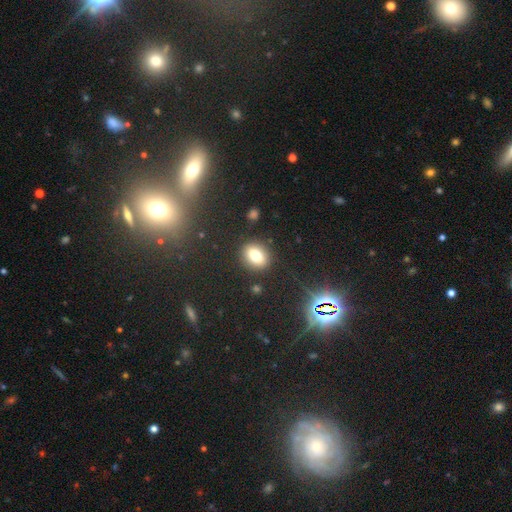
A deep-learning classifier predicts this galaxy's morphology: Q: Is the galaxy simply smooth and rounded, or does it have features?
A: smooth — 75%.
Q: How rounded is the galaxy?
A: in between — 55%.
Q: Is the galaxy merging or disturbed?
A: none — 86%.